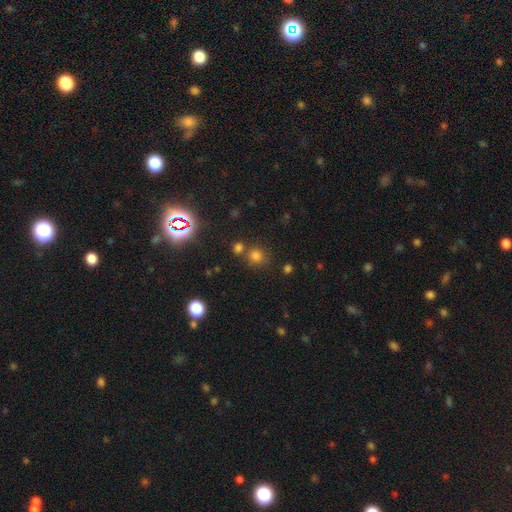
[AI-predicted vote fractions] Overall: smooth (69%). How rounded: round (88%). Merging: none (72%).